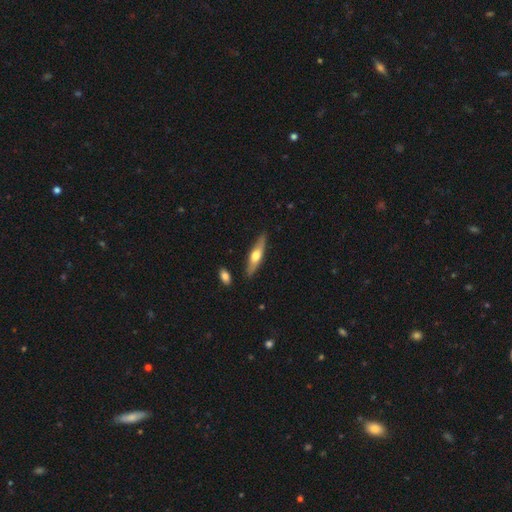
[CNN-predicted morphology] Smooth or featured? featured or disk (49%)
Merging? none (85%)